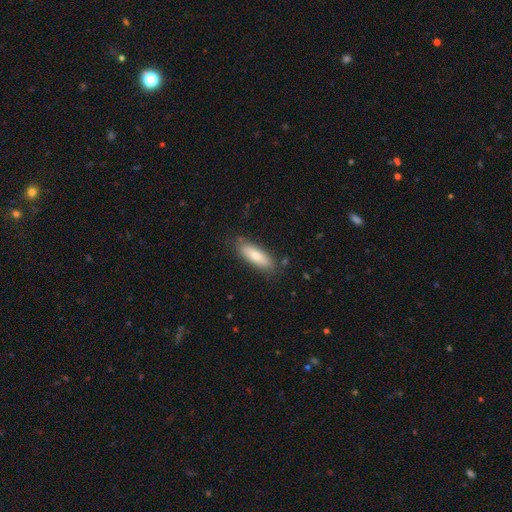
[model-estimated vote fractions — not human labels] Smooth or featured? smooth (78%)
How rounded? in between (53%)
Merging? none (81%)